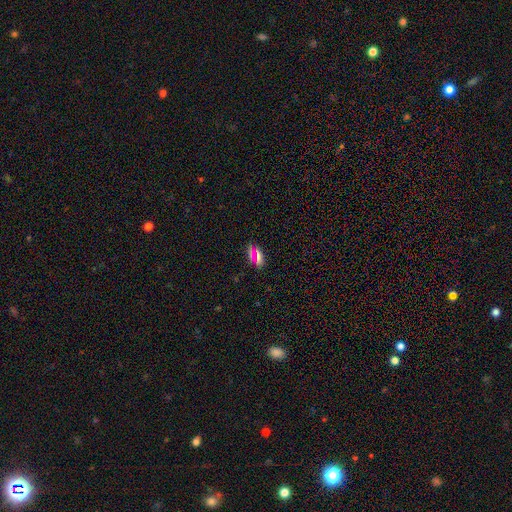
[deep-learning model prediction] smooth-or-featured: smooth: 60% | star or artifact: 29% | featured or disk: 11%
  how-rounded: in between: 78% | round: 11% | cigar-shaped: 11%
  merging: none: 74% | minor disturbance: 15% | major disturbance: 7% | merger: 5%